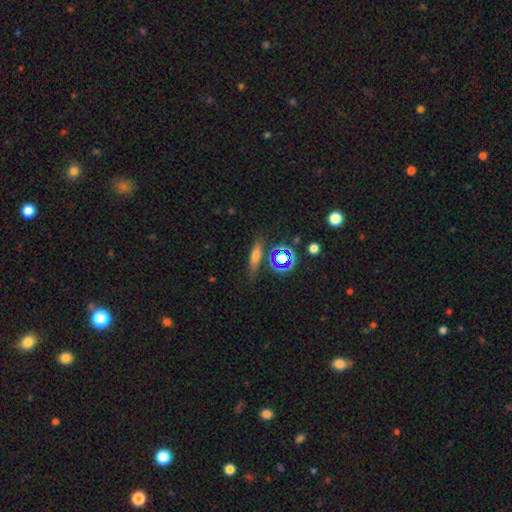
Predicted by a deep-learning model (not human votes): smooth 61%, featured or disk 20%, star or artifact 19%. Down the decision tree: how rounded — cigar-shaped (59%); merging — none (77%).